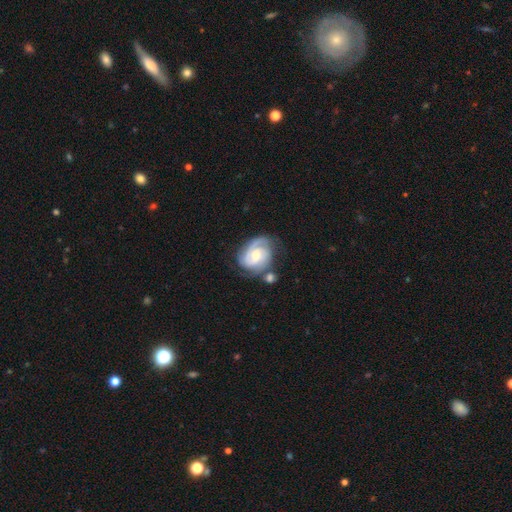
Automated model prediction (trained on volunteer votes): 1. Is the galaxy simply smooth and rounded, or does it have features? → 83% featured or disk, 12% smooth, 5% star or artifact.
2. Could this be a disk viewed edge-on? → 98% no, 2% yes.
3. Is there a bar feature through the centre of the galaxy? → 47% no, 44% weak, 9% strong.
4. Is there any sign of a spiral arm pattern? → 97% yes, 3% no.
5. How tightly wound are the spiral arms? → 60% tight, 33% medium, 7% loose.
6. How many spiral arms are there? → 45% 2, 28% 3, 15% can't tell, 5% 1, 4% 4, 3% more than 4.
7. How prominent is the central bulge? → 54% moderate, 36% small, 5% large, 3% none, 1% dominant.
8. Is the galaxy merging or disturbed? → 60% none, 21% minor disturbance, 10% merger, 9% major disturbance.